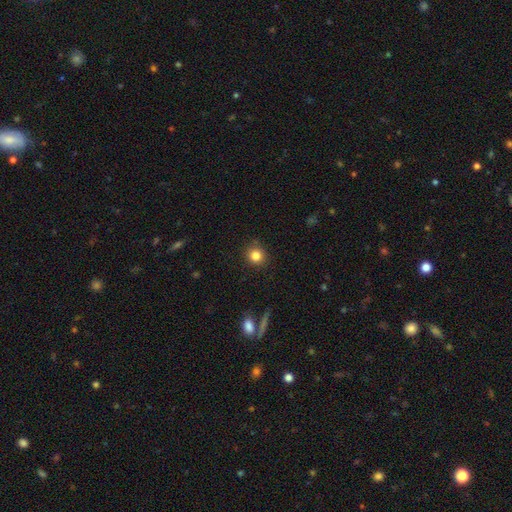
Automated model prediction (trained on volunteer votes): Smooth or featured? smooth (83%)
How rounded? round (90%)
Merging? none (89%)